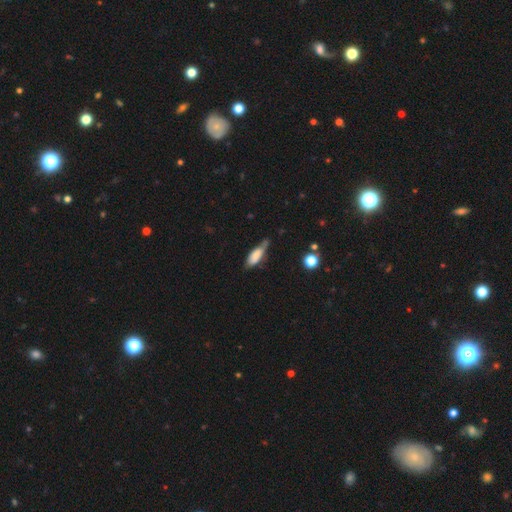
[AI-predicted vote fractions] Smooth or featured? smooth (76%)
How rounded? in between (64%)
Merging? none (44%)